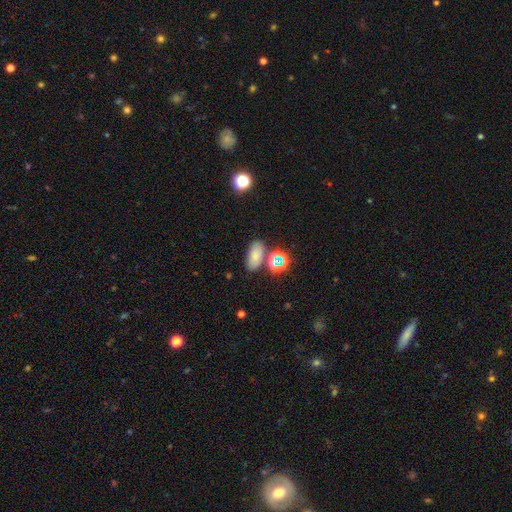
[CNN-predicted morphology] type=smooth (71%); roundness=in between (85%); merging=none (72%).